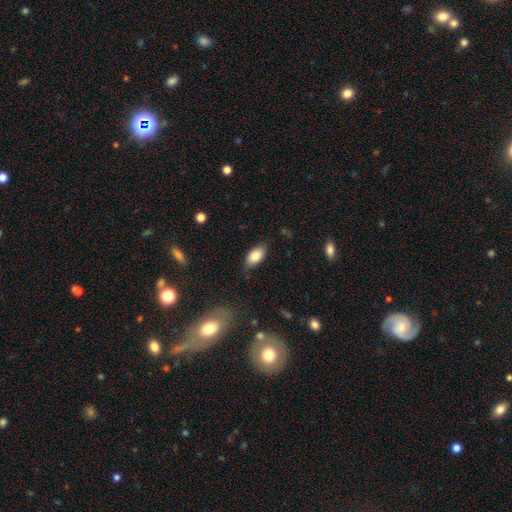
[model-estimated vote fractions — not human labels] A smooth galaxy with no disk features (84%) that is in between round and cigar-shaped (92%). Merging: none (78%).